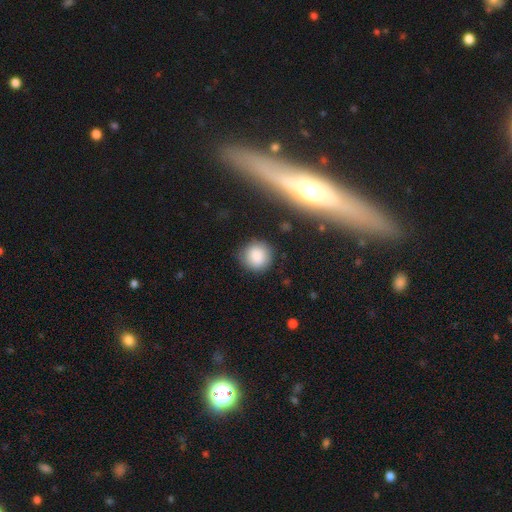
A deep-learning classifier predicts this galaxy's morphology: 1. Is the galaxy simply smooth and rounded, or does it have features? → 84% smooth, 10% star or artifact, 6% featured or disk.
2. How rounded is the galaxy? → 91% round, 8% in between, 1% cigar-shaped.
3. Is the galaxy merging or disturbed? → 83% none, 11% minor disturbance, 3% major disturbance, 2% merger.